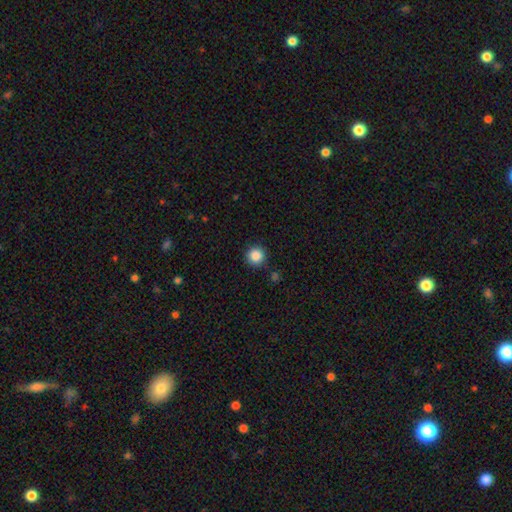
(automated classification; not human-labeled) Smooth or featured: smooth — 87% (star or artifact — 10%)
How rounded: round — 95% (in between — 4%)
Merging: none — 89% (minor disturbance — 7%)